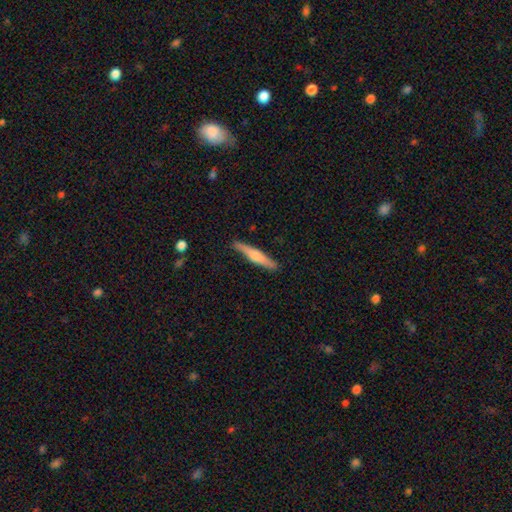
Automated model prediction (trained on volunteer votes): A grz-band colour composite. It shows a featured or disk galaxy (53%) viewed edge-on (97%) with a rounded central bulge (80%). Merging: none (88%).